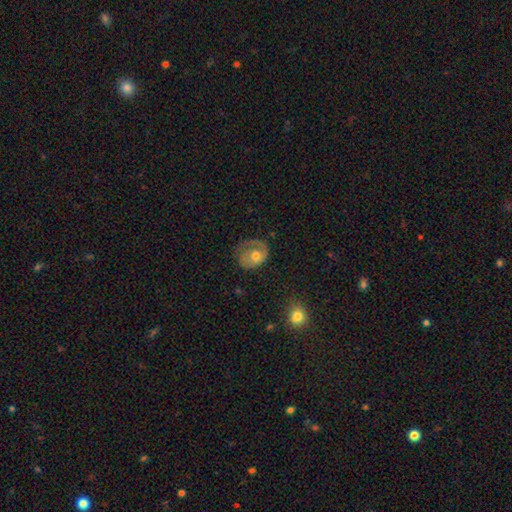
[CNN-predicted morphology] Q: Smooth or featured?
A: featured or disk (60%); runner-up: smooth (33%)
Q: Edge-on disk?
A: no (97%); runner-up: yes (3%)
Q: Bar?
A: no (79%); runner-up: weak (18%)
Q: Spiral arms?
A: yes (74%); runner-up: no (26%)
Q: Bulge size?
A: moderate (69%); runner-up: small (22%)
Q: Merging?
A: none (50%); runner-up: major disturbance (25%)